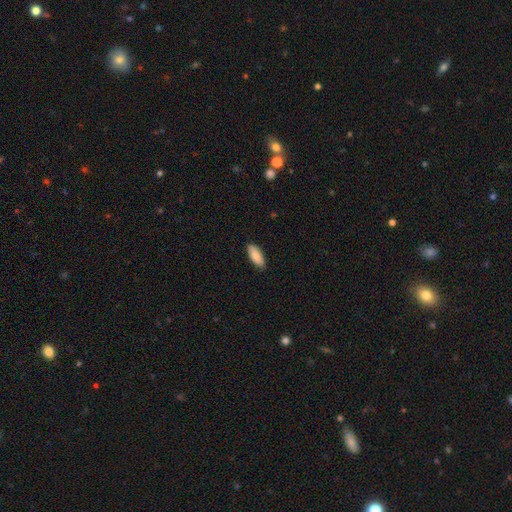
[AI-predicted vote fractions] A smooth galaxy with no disk features (89%) that is in between round and cigar-shaped (79%).

Vote fractions:
- Smooth or featured? smooth: 89% / star or artifact: 6% / featured or disk: 6%
- How rounded? in between: 79% / cigar-shaped: 20% / round: 2%
- Merging? none: 87% / minor disturbance: 10% / major disturbance: 2% / merger: 1%